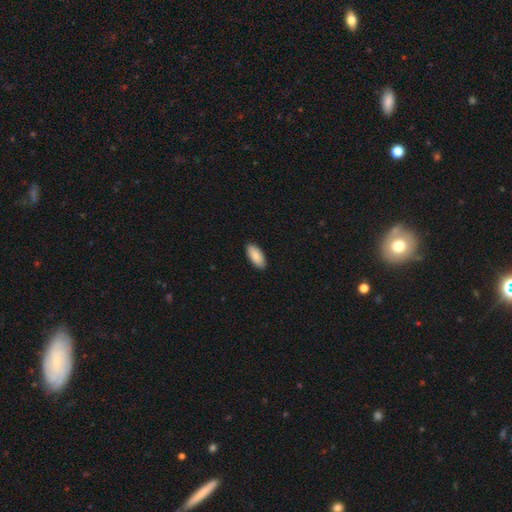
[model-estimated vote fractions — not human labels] smooth_or_featured: smooth (p=0.90) [alt: star or artifact p=0.05]
how_rounded: in between (p=0.90) [alt: cigar-shaped p=0.09]
merging: none (p=0.91) [alt: minor disturbance p=0.07]